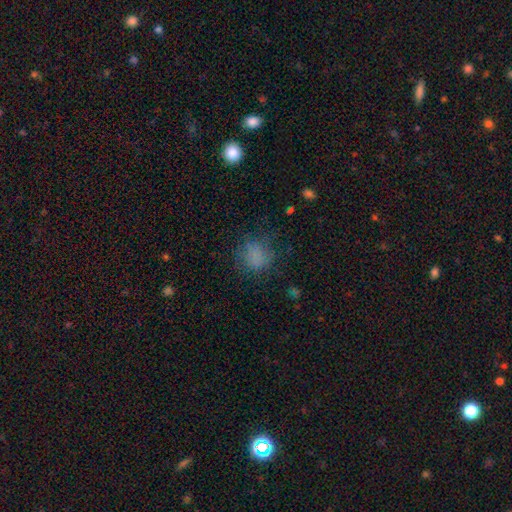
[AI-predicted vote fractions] The model was most divided on "merging": none: 69%, minor disturbance: 18%, major disturbance: 11%, merger: 2%. More confident: how rounded — round (76%); smooth or featured — smooth (76%).